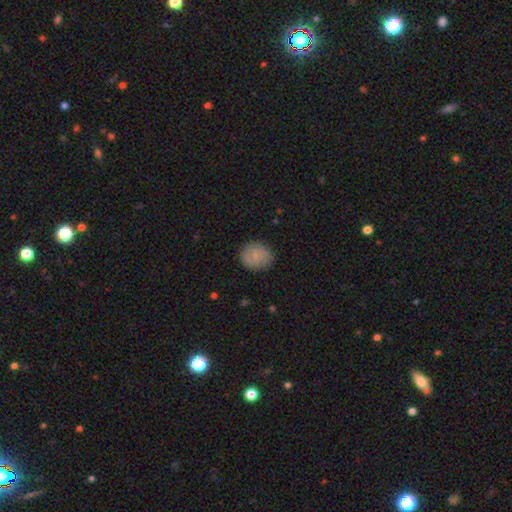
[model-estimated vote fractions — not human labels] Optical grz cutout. It shows a smooth galaxy with no disk features (79%) that is round (78%). Merging: none (85%).